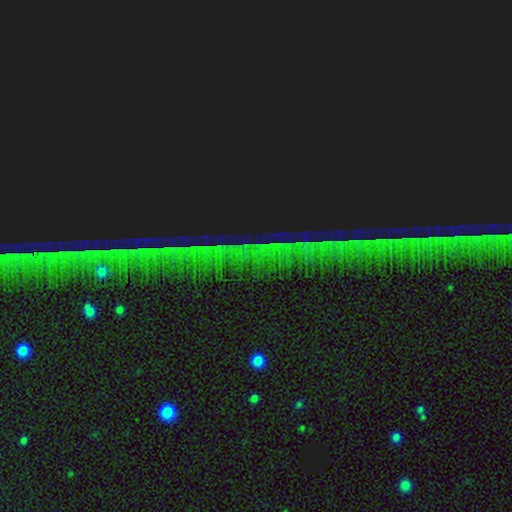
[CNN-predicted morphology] smooth-or-featured: star or artifact: 83% | featured or disk: 9% | smooth: 8%